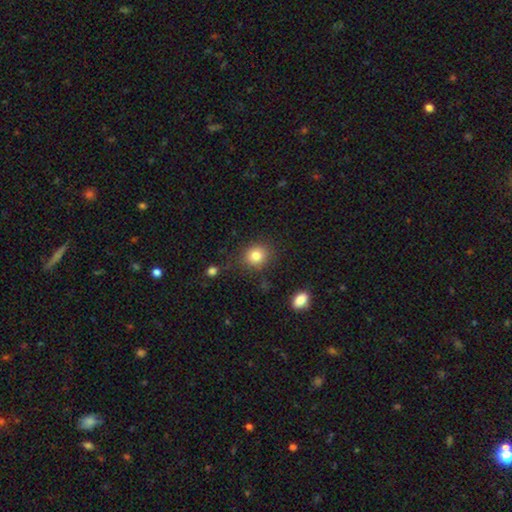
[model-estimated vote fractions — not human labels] A smooth galaxy with no disk features (83%) that is round (77%). Merging: none (83%).